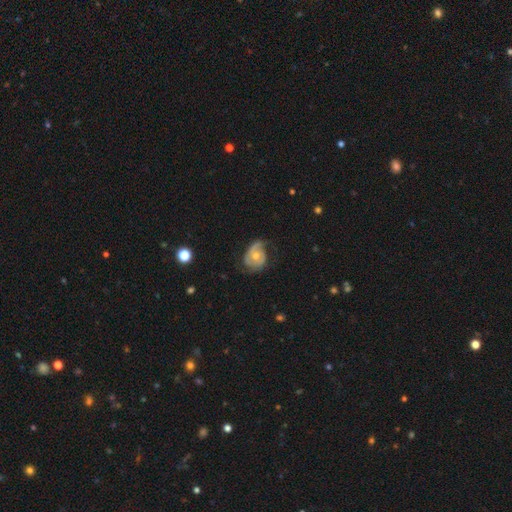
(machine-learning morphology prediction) Q: Smooth or featured?
A: featured or disk (71%); runner-up: smooth (23%)
Q: Edge-on disk?
A: no (97%); runner-up: yes (3%)
Q: Bar?
A: no (75%); runner-up: weak (21%)
Q: Spiral arms?
A: yes (84%); runner-up: no (16%)
Q: Spiral winding?
A: tight (42%); runner-up: medium (37%)
Q: Spiral arm count?
A: 2 (49%); runner-up: 1 (26%)
Q: Bulge size?
A: moderate (61%); runner-up: small (35%)
Q: Merging?
A: none (46%); runner-up: minor disturbance (32%)